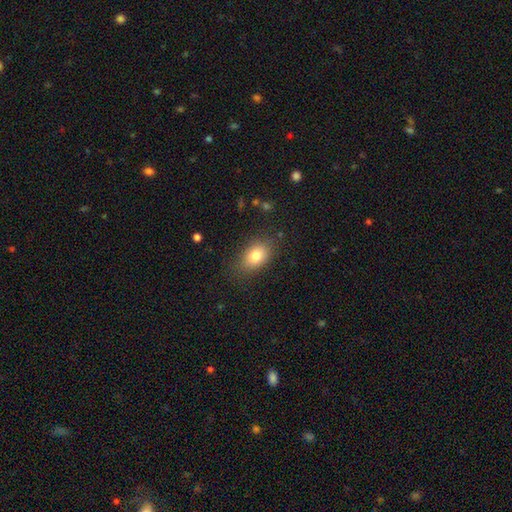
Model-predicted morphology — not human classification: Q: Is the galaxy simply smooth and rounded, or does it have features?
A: smooth — 80%.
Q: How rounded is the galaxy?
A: in between — 82%.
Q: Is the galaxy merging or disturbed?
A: none — 78%.